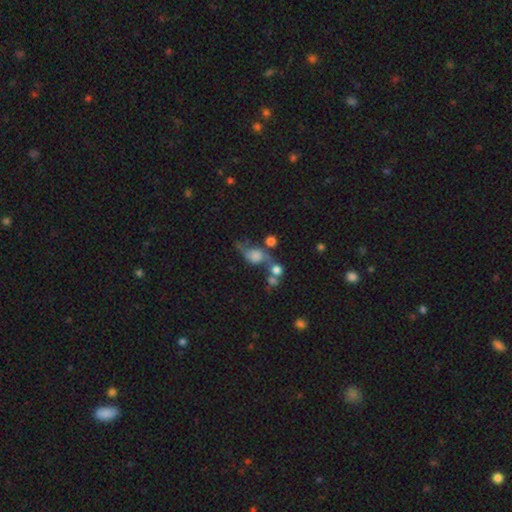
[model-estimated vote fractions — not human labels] This is possibly a featured or disk galaxy (52%). It is clearly not viewed edge-on (92%). Merging: marginally none (35%).